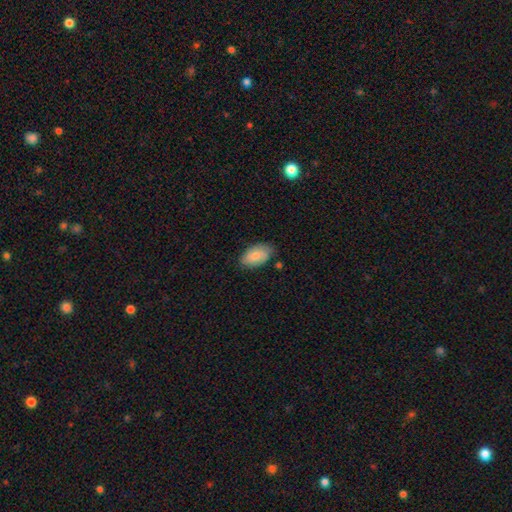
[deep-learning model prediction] The model was most divided on "merging": none: 73%, minor disturbance: 21%, major disturbance: 4%, merger: 2%. More confident: how rounded — in between (93%); smooth or featured — smooth (75%).